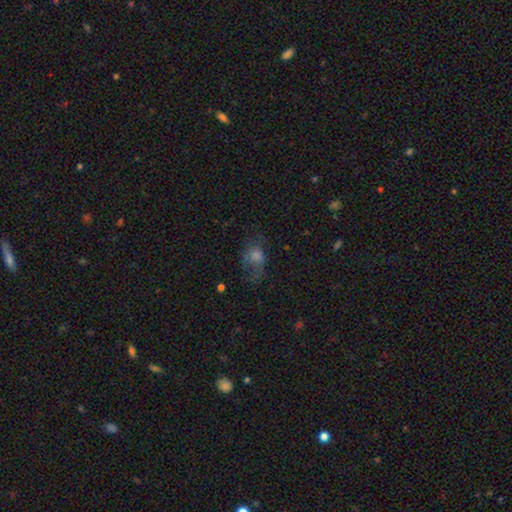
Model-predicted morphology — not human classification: smooth-or-featured: smooth: 52% | featured or disk: 29% | star or artifact: 20%
  how-rounded: in between: 61% | round: 36% | cigar-shaped: 3%
  merging: none: 42% | major disturbance: 32% | minor disturbance: 23% | merger: 2%